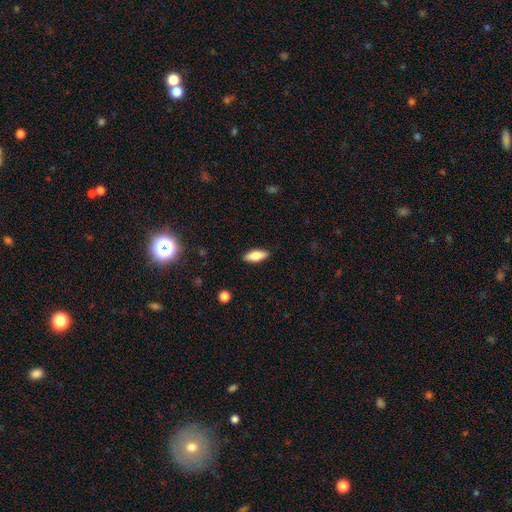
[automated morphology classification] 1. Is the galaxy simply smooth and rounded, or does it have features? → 74% smooth, 20% featured or disk, 6% star or artifact.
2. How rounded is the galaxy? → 75% in between, 23% cigar-shaped, 2% round.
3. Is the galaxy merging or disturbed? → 88% none, 9% minor disturbance, 2% major disturbance, 1% merger.